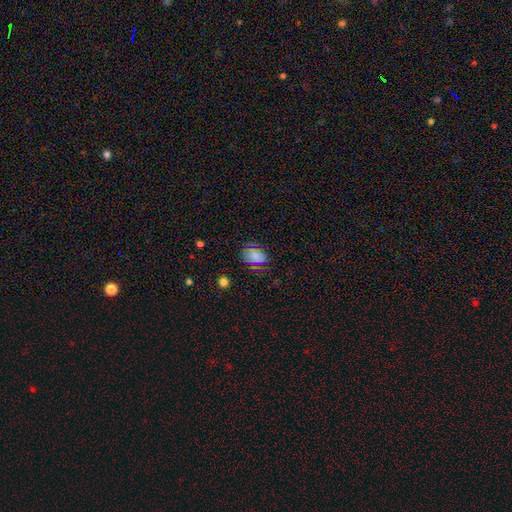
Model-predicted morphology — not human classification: Overall: smooth (68%). How rounded: in between (73%). Merging: none (59%; minor disturbance 25%).